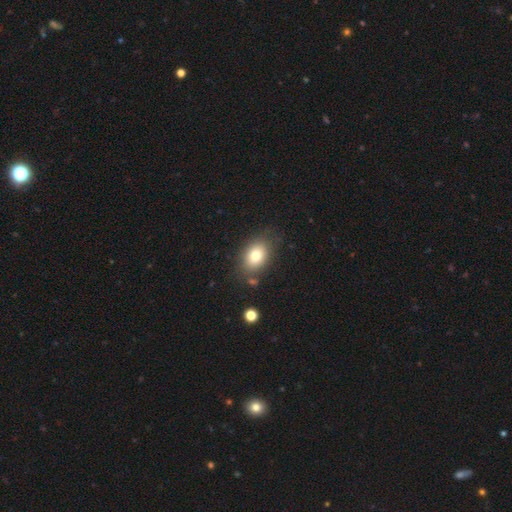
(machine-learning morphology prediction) smooth_or_featured: smooth (p=0.78) [alt: featured or disk p=0.12]
how_rounded: in between (p=0.78) [alt: round p=0.21]
merging: none (p=0.76) [alt: minor disturbance p=0.14]